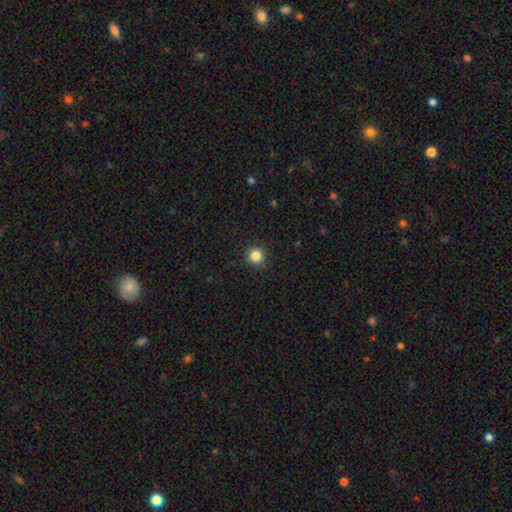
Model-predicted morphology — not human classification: smooth 85%, star or artifact 11%, featured or disk 4%. Down the decision tree: how rounded — round (95%); merging — none (92%).